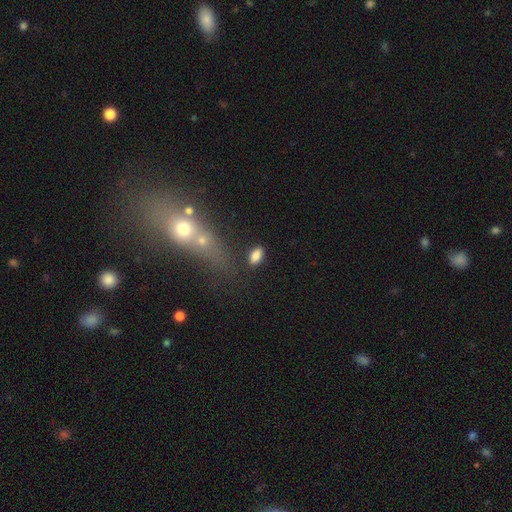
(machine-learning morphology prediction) Q: Smooth or featured?
A: smooth (84%); runner-up: star or artifact (9%)
Q: How rounded?
A: in between (90%); runner-up: round (5%)
Q: Merging?
A: none (79%); runner-up: minor disturbance (12%)